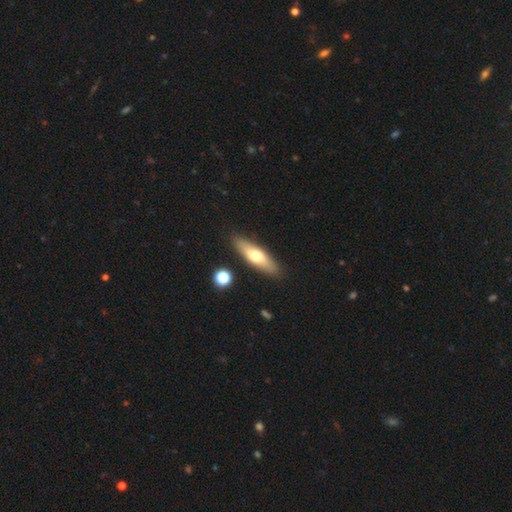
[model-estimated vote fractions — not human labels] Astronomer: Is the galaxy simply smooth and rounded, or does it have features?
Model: smooth — 61%.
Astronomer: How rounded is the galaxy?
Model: cigar-shaped — 58% (runner-up: in between, 40%).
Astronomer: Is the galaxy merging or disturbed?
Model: none — 86%.